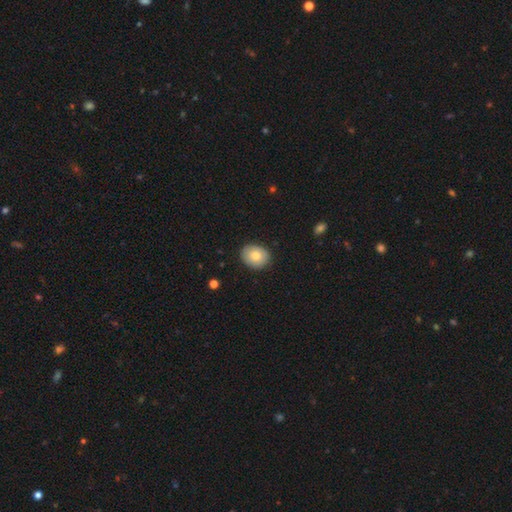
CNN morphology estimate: The model was most divided on "how rounded": round: 53%, in between: 47%, cigar-shaped: 1%. More confident: merging — none (87%); smooth or featured — smooth (78%).